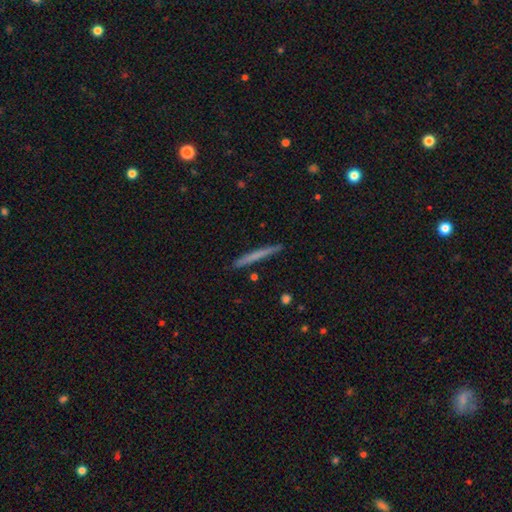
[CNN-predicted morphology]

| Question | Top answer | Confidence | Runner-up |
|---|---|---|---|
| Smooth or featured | smooth | 61% | featured or disk (33%) |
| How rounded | cigar-shaped | 97% | in between (2%) |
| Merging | none | 91% | minor disturbance (6%) |